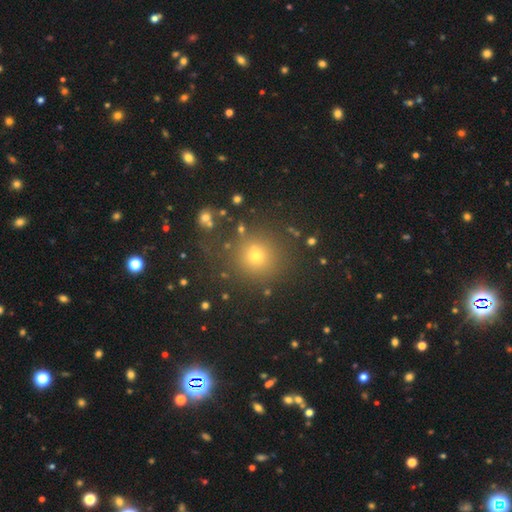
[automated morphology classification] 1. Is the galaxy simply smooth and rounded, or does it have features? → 68% smooth, 24% star or artifact, 8% featured or disk.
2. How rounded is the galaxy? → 92% round, 7% in between, 1% cigar-shaped.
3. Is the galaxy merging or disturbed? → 83% none, 8% minor disturbance, 4% major disturbance, 4% merger.